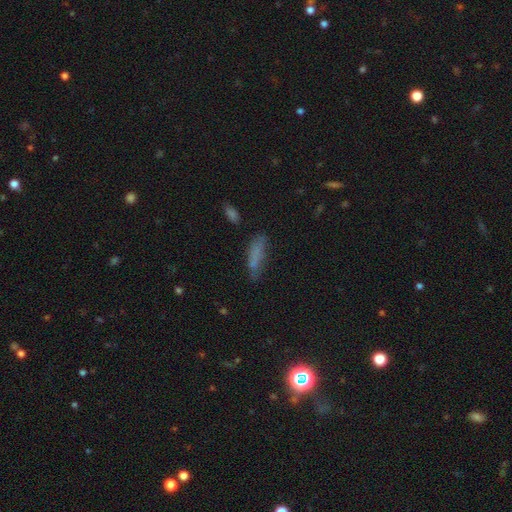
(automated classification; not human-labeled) Smooth or featured? smooth (70%)
How rounded? cigar-shaped (67%)
Merging? none (59%)